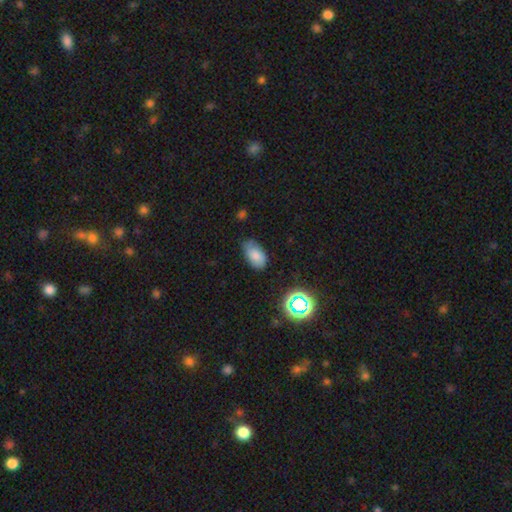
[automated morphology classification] Smooth or featured: smooth — 74% (featured or disk — 14%)
How rounded: in between — 92% (round — 6%)
Merging: none — 64% (minor disturbance — 29%)